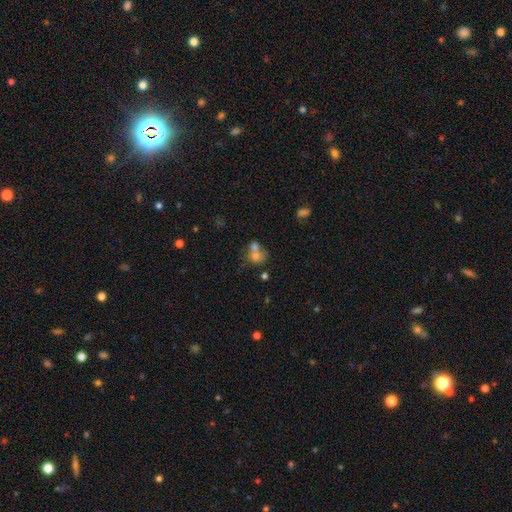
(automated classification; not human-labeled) Overall: smooth (69%). How rounded: round (57%; in between 42%). Merging: merger (56%; none 28%).